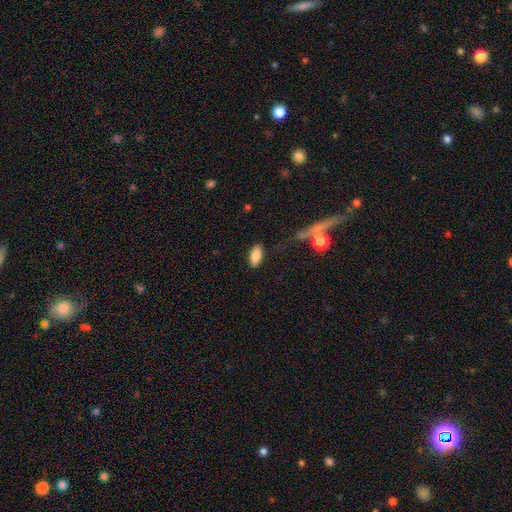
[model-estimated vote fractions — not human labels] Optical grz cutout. It shows a smooth galaxy with no disk features (82%) that is in between round and cigar-shaped (89%). Merging: none (83%).